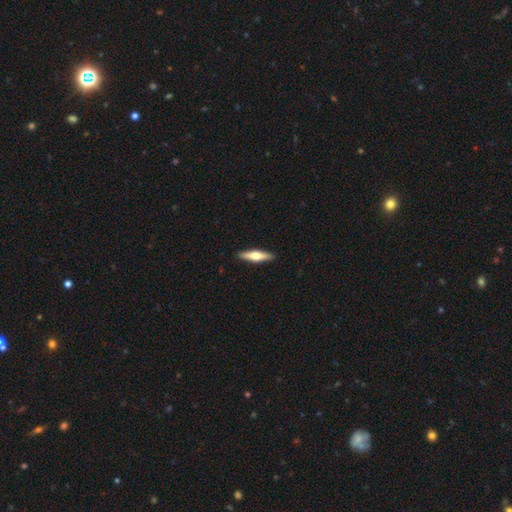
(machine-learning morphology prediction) A featured or disk galaxy (54%) viewed edge-on (95%) with a rounded central bulge (94%). Merging: none (92%).